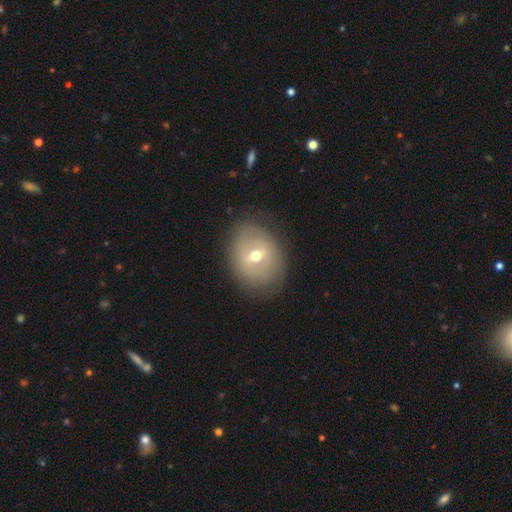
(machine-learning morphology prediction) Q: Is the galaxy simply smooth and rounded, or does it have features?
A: featured or disk — 54%.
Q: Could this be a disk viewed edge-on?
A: no — 92%.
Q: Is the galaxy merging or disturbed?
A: none — 78%.